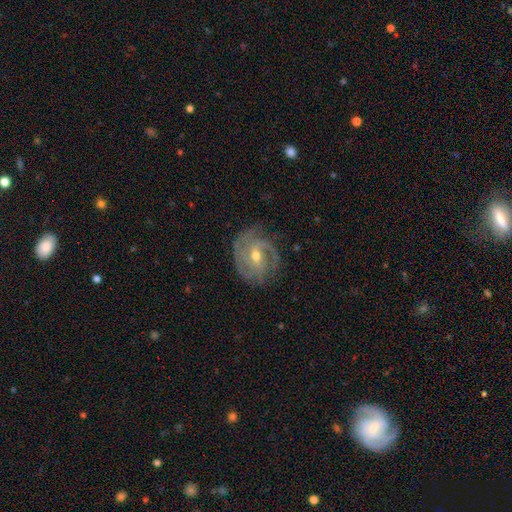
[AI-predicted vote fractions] Q: Smooth or featured?
A: featured or disk (87%); runner-up: smooth (7%)
Q: Edge-on disk?
A: no (97%); runner-up: yes (3%)
Q: Bar?
A: weak (45%); runner-up: no (36%)
Q: Spiral arms?
A: yes (96%); runner-up: no (4%)
Q: Spiral winding?
A: tight (57%); runner-up: medium (35%)
Q: Spiral arm count?
A: 3 (35%); runner-up: 2 (26%)
Q: Bulge size?
A: moderate (60%); runner-up: small (37%)
Q: Merging?
A: none (75%); runner-up: minor disturbance (17%)